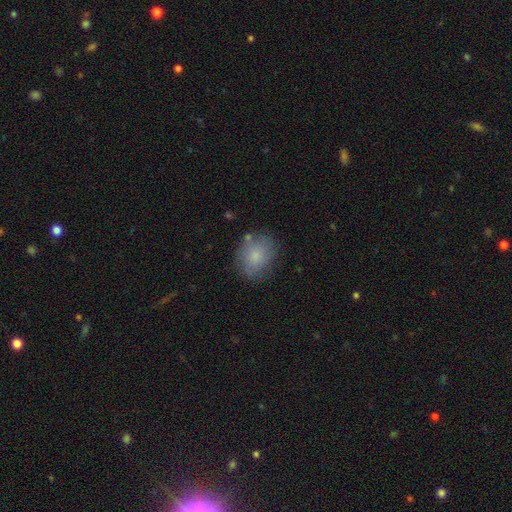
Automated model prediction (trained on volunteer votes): Smooth or featured: smooth — 80% (featured or disk — 12%)
How rounded: round — 54% (in between — 44%)
Merging: none — 73% (minor disturbance — 18%)